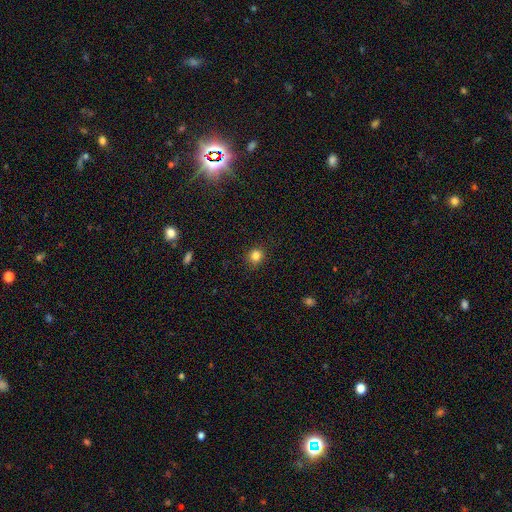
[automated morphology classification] smooth_or_featured: smooth (p=0.84) [alt: star or artifact p=0.12]
how_rounded: round (p=0.85) [alt: in between p=0.14]
merging: none (p=0.89) [alt: minor disturbance p=0.08]